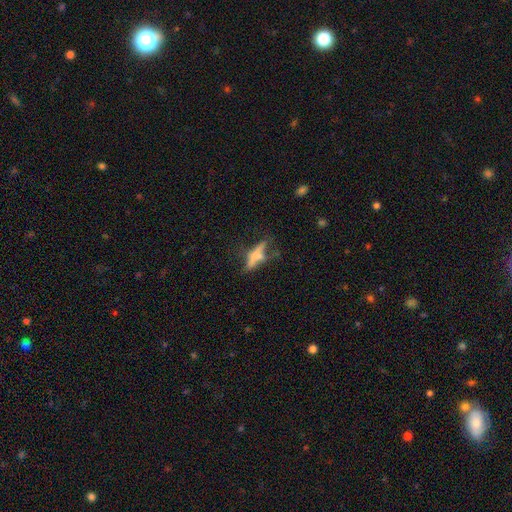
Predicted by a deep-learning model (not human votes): A featured or disk galaxy (49%). Merging: none (45%).